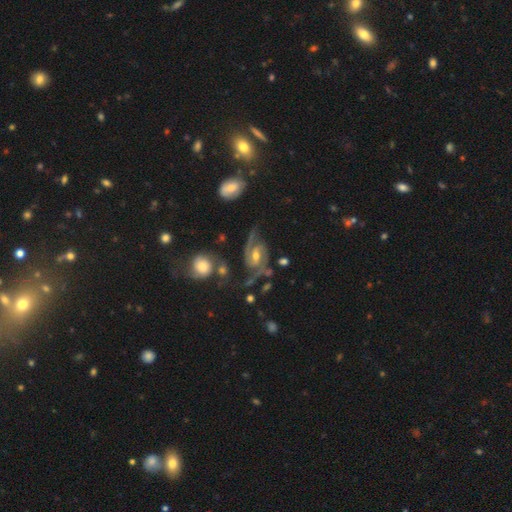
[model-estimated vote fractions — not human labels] A featured or disk galaxy (89%) with a weak bar (47%), 2 (84%) medium (54%) spiral arms (97%) and a moderate central bulge (64%). Merging: none (60%).